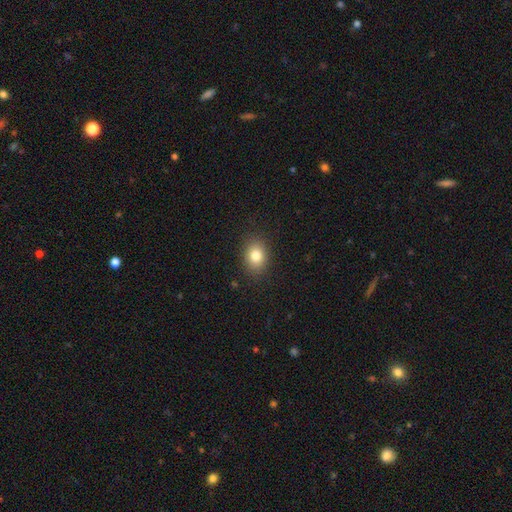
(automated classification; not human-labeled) smooth 82%, star or artifact 10%, featured or disk 8%. Down the decision tree: how rounded — in between (61%); merging — none (87%).